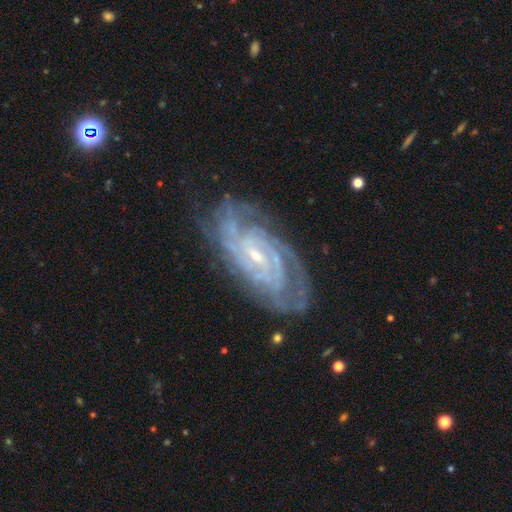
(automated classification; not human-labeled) Smooth or featured?
  - featured or disk: 90% *
  - star or artifact: 6%
  - smooth: 5%
Edge-on disk?
  - no: 95% *
  - yes: 5%
Bar?
  - weak: 45% *
  - no: 39%
  - strong: 16%
Spiral arms?
  - yes: 98% *
  - no: 2%
Spiral winding?
  - tight: 72% *
  - medium: 24%
  - loose: 4%
Spiral arm count?
  - can't tell: 25% *
  - 2: 21%
  - 4: 20%
  - 3: 19%
  - more than 4: 9%
  - 1: 6%
Bulge size?
  - small: 77% *
  - moderate: 19%
  - none: 2%
  - large: 1%
  - dominant: 1%
Merging?
  - none: 72% *
  - minor disturbance: 20%
  - major disturbance: 7%
  - merger: 2%